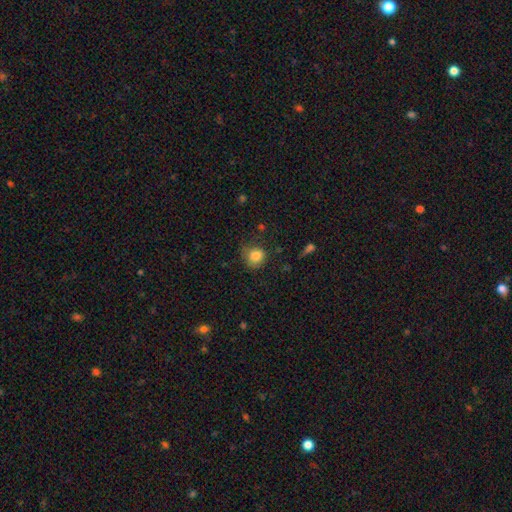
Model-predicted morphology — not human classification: A smooth galaxy with no disk features (83%) that is round (80%). Merging: none (66%).